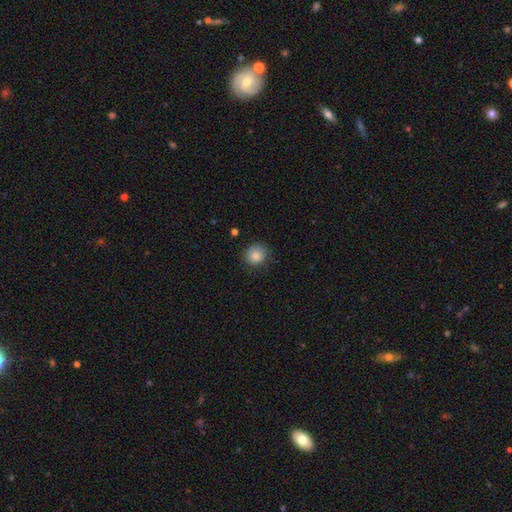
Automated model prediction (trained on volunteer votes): Smooth or featured? Predicted: smooth (p=0.85). How rounded? Predicted: round (p=0.85). Merging? Predicted: none (p=0.80).